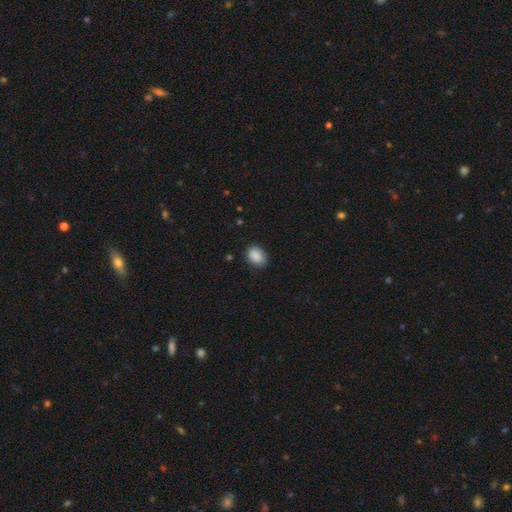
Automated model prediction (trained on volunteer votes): A smooth galaxy with no disk features (89%) that is in between round and cigar-shaped (66%). Merging: none (80%).